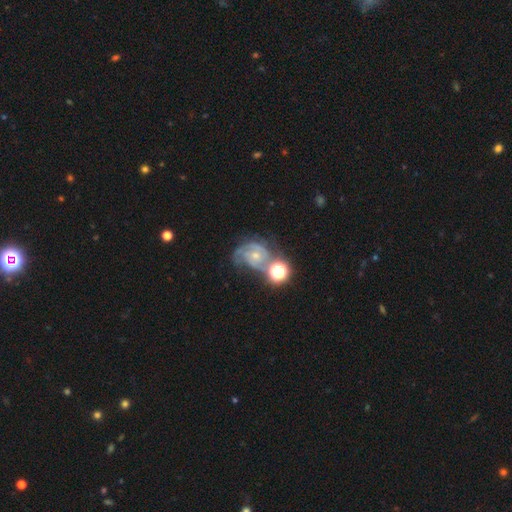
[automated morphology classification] This appears to be a featured or disk galaxy (79%) with no bar (68%), 2 (36%) tight (48%) spiral arms (96%) and a small central bulge (59%). Merging: none (45%).